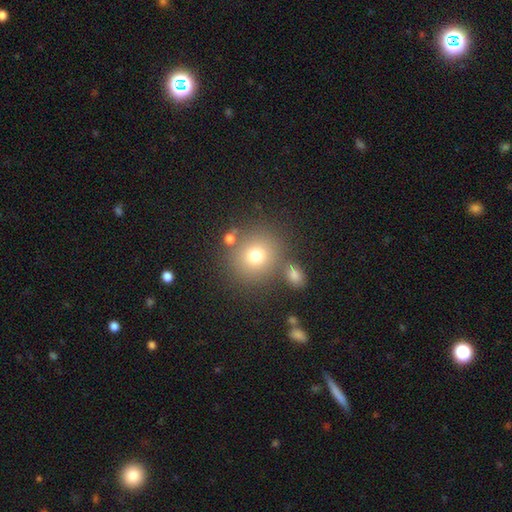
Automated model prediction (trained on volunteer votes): smooth_or_featured: smooth (p=0.73) [alt: star or artifact p=0.15]
how_rounded: round (p=0.88) [alt: in between p=0.11]
merging: none (p=0.74) [alt: merger p=0.11]